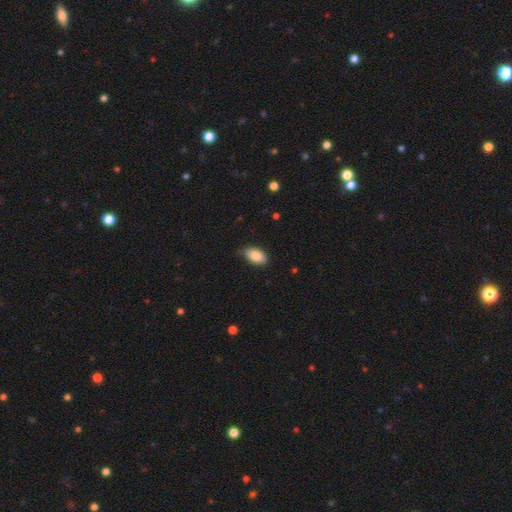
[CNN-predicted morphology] Q: Smooth or featured?
A: smooth (87%); runner-up: star or artifact (7%)
Q: How rounded?
A: in between (93%); runner-up: round (5%)
Q: Merging?
A: none (65%); runner-up: minor disturbance (30%)